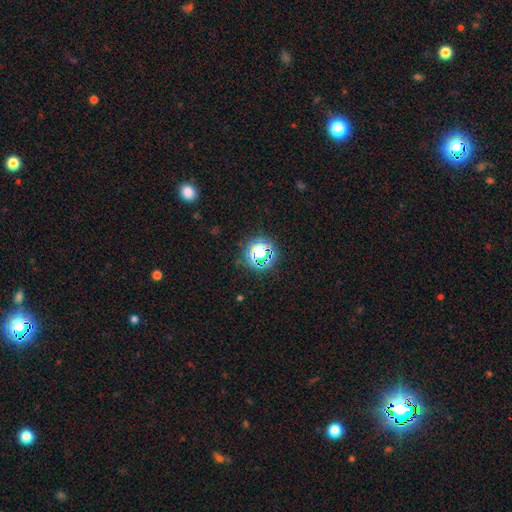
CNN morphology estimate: Q: Smooth or featured?
A: star or artifact (57%); runner-up: smooth (32%)